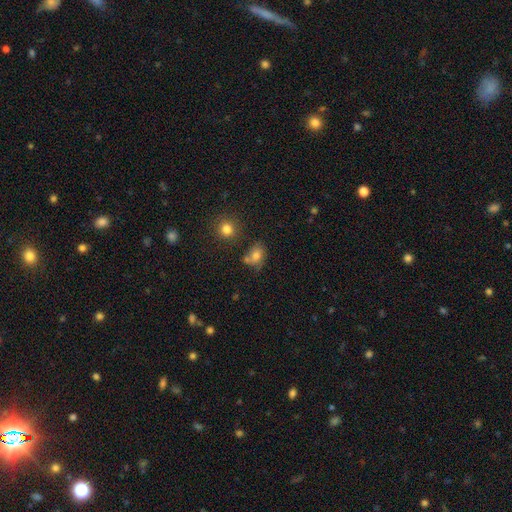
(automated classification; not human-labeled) A smooth galaxy with no disk features (73%) that is in between round and cigar-shaped (63%). Merging: none (54%).